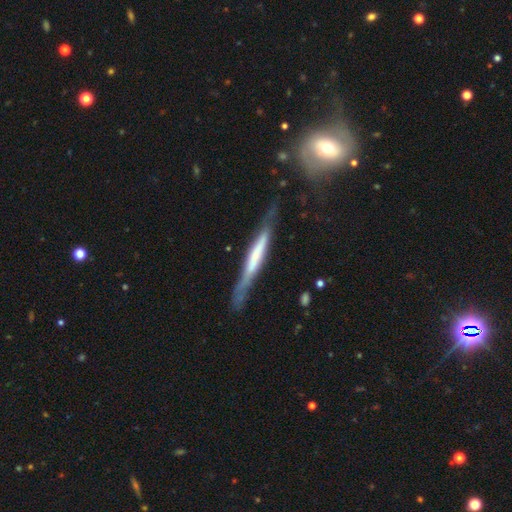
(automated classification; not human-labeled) Smooth or featured?
  - featured or disk: 58% *
  - smooth: 36%
  - star or artifact: 6%
Edge-on disk?
  - yes: 88% *
  - no: 12%
Edge-on bulge?
  - none: 47% *
  - boxy: 36%
  - rounded: 18%
Merging?
  - none: 58% *
  - minor disturbance: 26%
  - major disturbance: 12%
  - merger: 4%